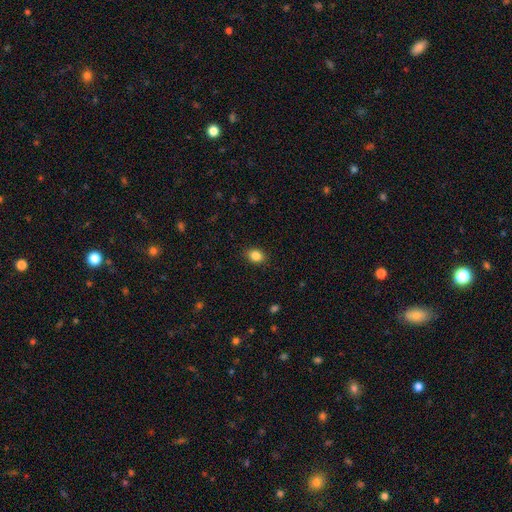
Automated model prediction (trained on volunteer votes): smooth-or-featured: smooth: 86% | star or artifact: 10% | featured or disk: 5%
  how-rounded: in between: 63% | round: 36% | cigar-shaped: 1%
  merging: none: 88% | minor disturbance: 8% | major disturbance: 2% | merger: 1%